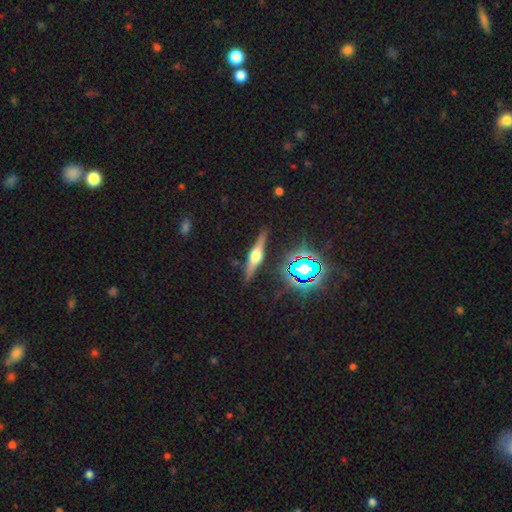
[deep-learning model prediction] smooth-or-featured: featured or disk: 74% | smooth: 16% | star or artifact: 10%
  disk-edge-on: yes: 97% | no: 3%
    edge-on-bulge: rounded: 92% | boxy: 6% | none: 2%
  merging: none: 87% | minor disturbance: 9% | major disturbance: 2% | merger: 2%